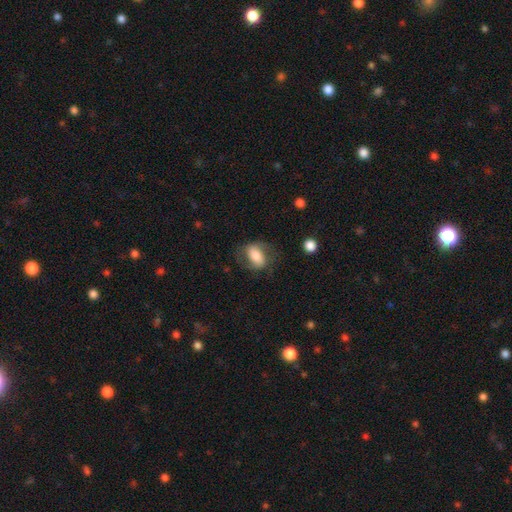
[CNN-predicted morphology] Smooth or featured? smooth (55%)
How rounded? in between (82%)
Merging? none (63%)